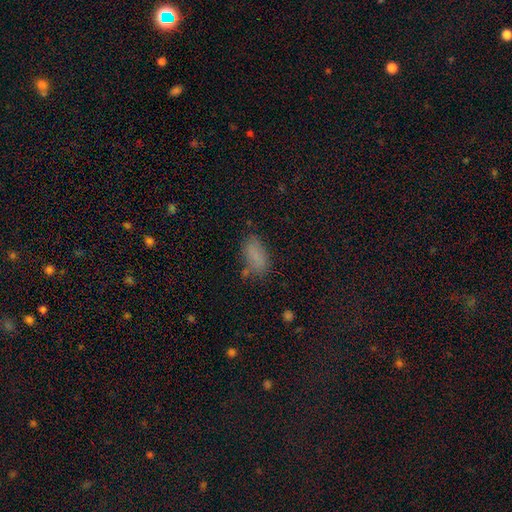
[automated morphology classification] A smooth galaxy with no disk features (78%) that is in between round and cigar-shaped (90%). Merging: none (64%).